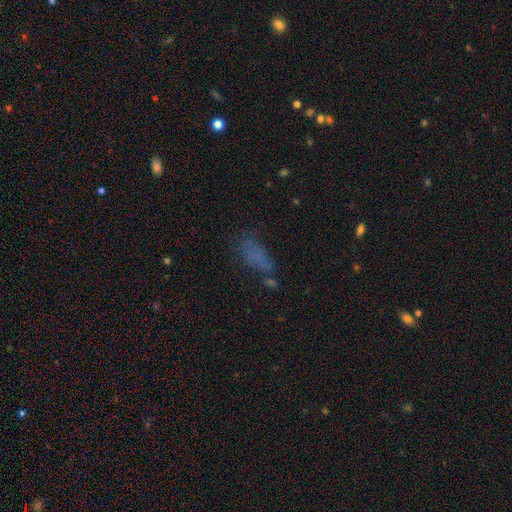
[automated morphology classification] This is likely a smooth galaxy (65%). How rounded: likely in between (70%). Merging: possibly none (50%).